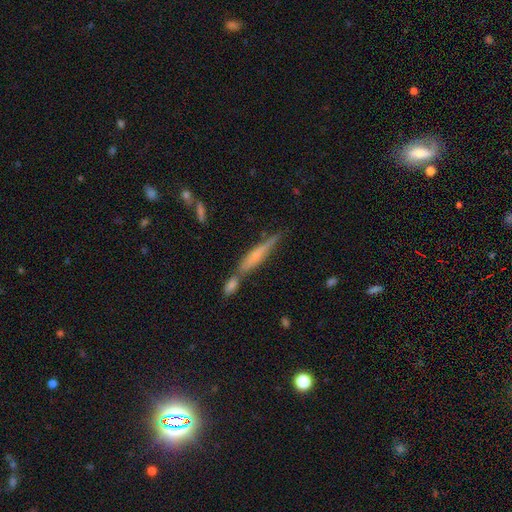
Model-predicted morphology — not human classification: Smooth or featured: smooth — 46% (tied with featured or disk — 46%)
Merging: none — 52% (merger — 31%)